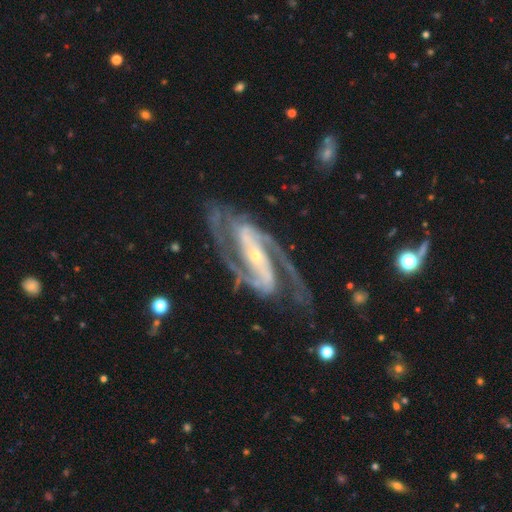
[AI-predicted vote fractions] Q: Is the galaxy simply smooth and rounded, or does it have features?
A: featured or disk — 93%.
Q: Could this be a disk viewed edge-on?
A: no — 96%.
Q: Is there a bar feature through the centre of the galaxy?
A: strong — 60%.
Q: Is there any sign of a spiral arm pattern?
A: yes — 98%.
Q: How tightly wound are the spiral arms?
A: medium — 54%.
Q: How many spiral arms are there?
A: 2 — 88%.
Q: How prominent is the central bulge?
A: small — 75%.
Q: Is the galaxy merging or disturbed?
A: none — 72%.